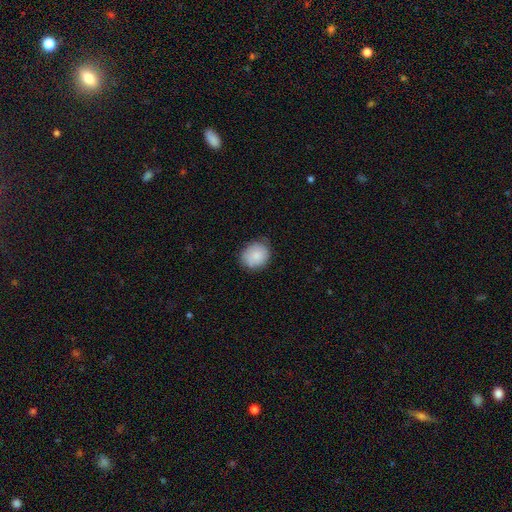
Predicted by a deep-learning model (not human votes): Smooth or featured?
  - smooth: 84% *
  - featured or disk: 9%
  - star or artifact: 7%
How rounded?
  - round: 68% *
  - in between: 31%
  - cigar-shaped: 1%
Merging?
  - none: 75% *
  - minor disturbance: 20%
  - major disturbance: 4%
  - merger: 1%